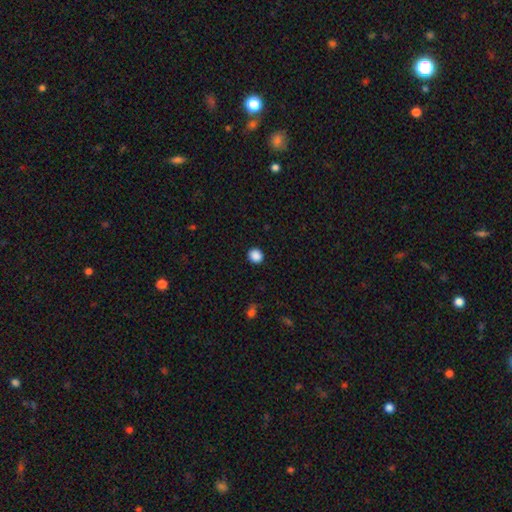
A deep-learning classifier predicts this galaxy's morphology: Smooth or featured? Predicted: smooth (p=0.88). How rounded? Predicted: round (p=0.80). Merging? Predicted: none (p=0.92).